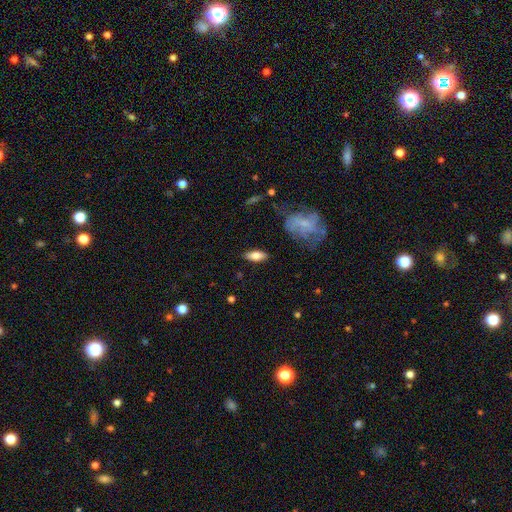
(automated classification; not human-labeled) Q: Smooth or featured?
A: smooth (75%); runner-up: featured or disk (18%)
Q: How rounded?
A: in between (81%); runner-up: cigar-shaped (16%)
Q: Merging?
A: none (85%); runner-up: minor disturbance (10%)